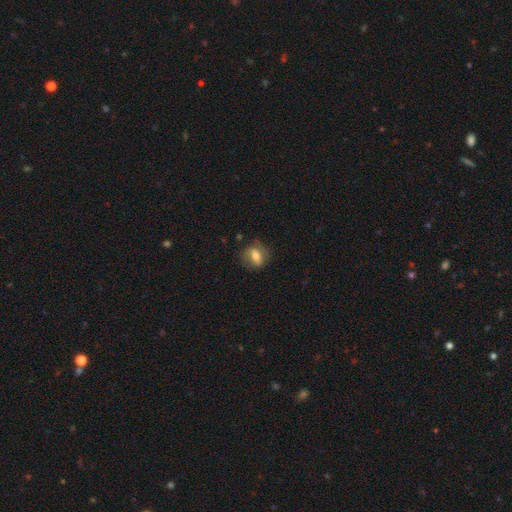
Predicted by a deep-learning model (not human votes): smooth-or-featured: smooth: 65% | featured or disk: 26% | star or artifact: 9%
  how-rounded: in between: 57% | round: 39% | cigar-shaped: 4%
  merging: none: 72% | minor disturbance: 19% | major disturbance: 7% | merger: 2%